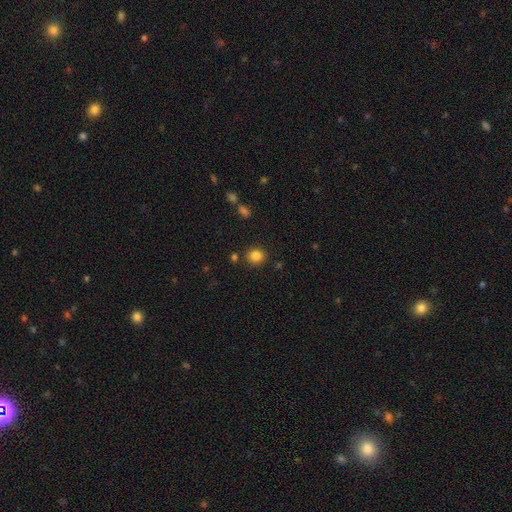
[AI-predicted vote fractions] This is clearly a smooth galaxy (84%). How rounded: likely round (80%). Merging: clearly none (85%).